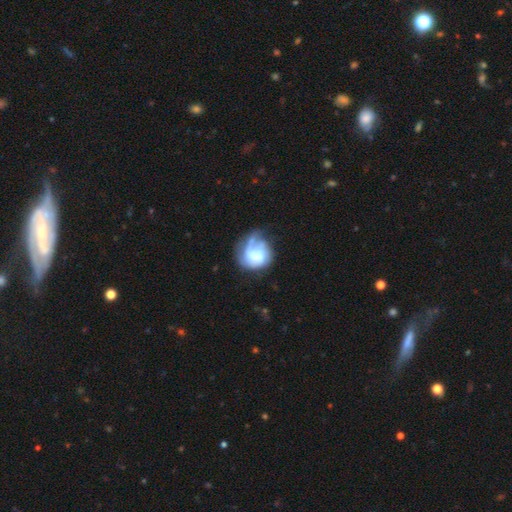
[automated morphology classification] smooth_or_featured: featured or disk (p=0.54) [alt: smooth p=0.39]
disk_edge_on: no (p=0.98) [alt: yes p=0.02]
bar: no (p=0.61) [alt: weak p=0.32]
has_spiral_arms: yes (p=0.72) [alt: no p=0.28]
bulge_size: moderate (p=0.47) [alt: small p=0.24]
merging: none (p=0.35) [alt: major disturbance p=0.32]